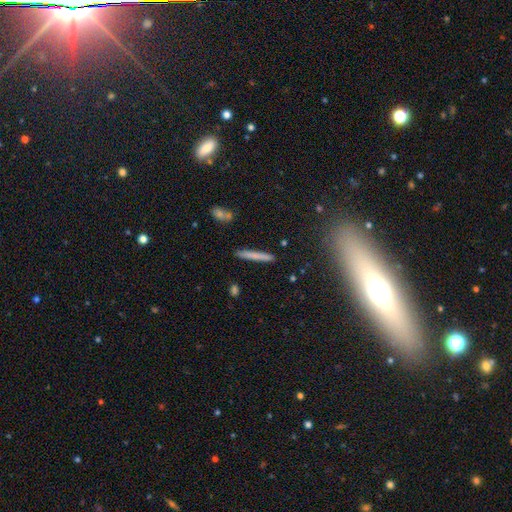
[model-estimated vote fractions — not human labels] Smooth or featured? Predicted: smooth (p=0.70). How rounded? Predicted: cigar-shaped (p=0.95). Merging? Predicted: none (p=0.88).